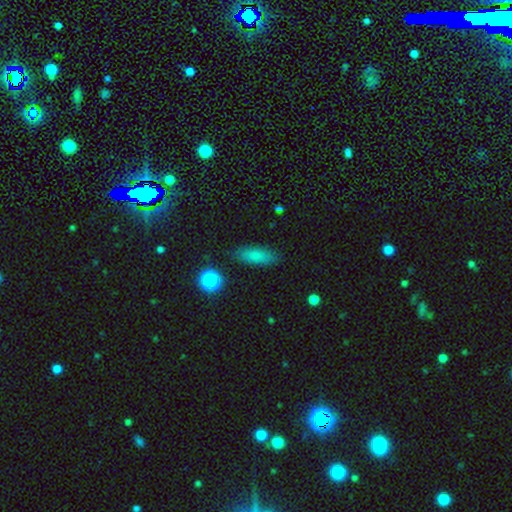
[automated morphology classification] Overall: smooth (80%). How rounded: in between (65%; cigar-shaped 30%). Merging: none (85%).